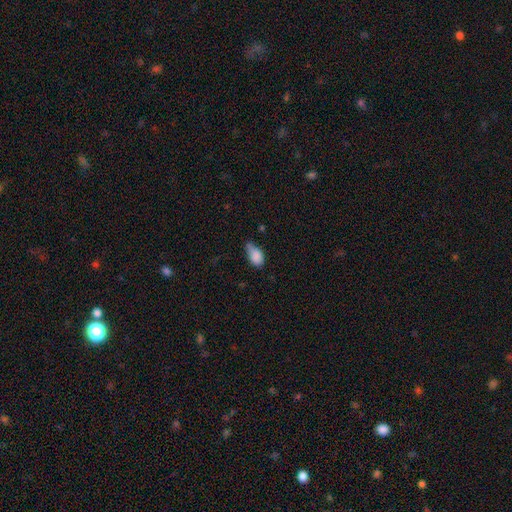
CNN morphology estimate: The model was most divided on "merging": minor disturbance: 44%, none: 35%, major disturbance: 13%, merger: 8%. More confident: how rounded — in between (89%); smooth or featured — smooth (84%).